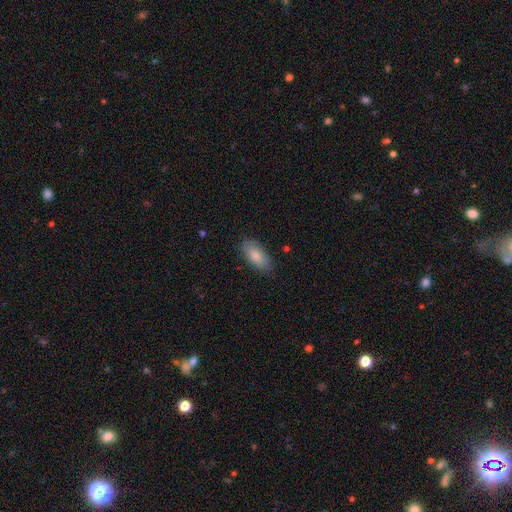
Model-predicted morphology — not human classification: smooth_or_featured: smooth (p=0.84) [alt: featured or disk p=0.11]
how_rounded: in between (p=0.89) [alt: cigar-shaped p=0.09]
merging: none (p=0.82) [alt: minor disturbance p=0.14]